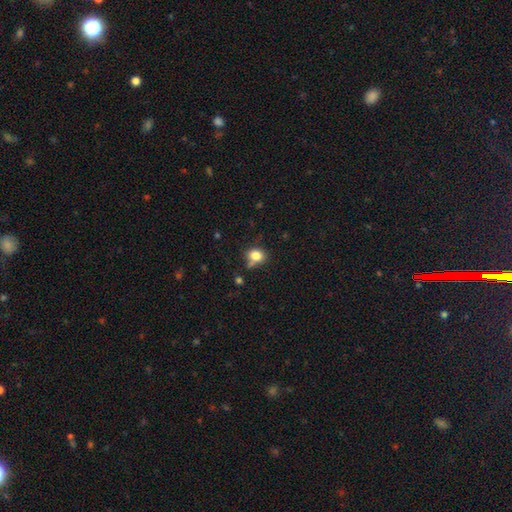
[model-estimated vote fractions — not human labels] Smooth or featured?
  - smooth: 80% *
  - star or artifact: 11%
  - featured or disk: 8%
How rounded?
  - round: 55% *
  - in between: 44%
  - cigar-shaped: 1%
Merging?
  - none: 61% *
  - minor disturbance: 20%
  - merger: 12%
  - major disturbance: 6%